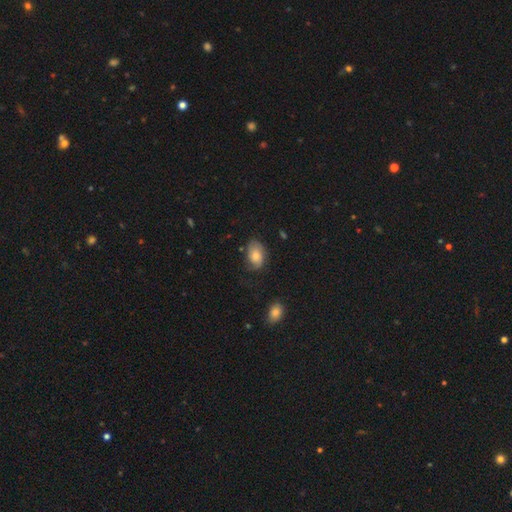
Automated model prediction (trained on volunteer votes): Smooth or featured?
  - smooth: 68% *
  - featured or disk: 24%
  - star or artifact: 8%
How rounded?
  - in between: 84% *
  - round: 15%
  - cigar-shaped: 1%
Merging?
  - none: 59% *
  - minor disturbance: 28%
  - major disturbance: 12%
  - merger: 2%